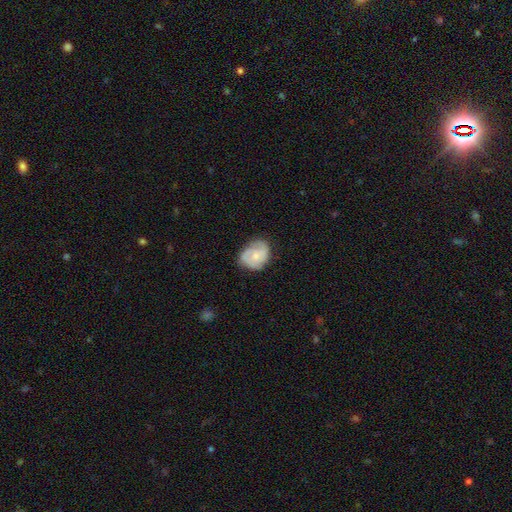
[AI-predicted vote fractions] smooth_or_featured: smooth (p=0.47) [tied with: featured or disk p=0.47]
merging: none (p=0.61) [alt: minor disturbance p=0.28]